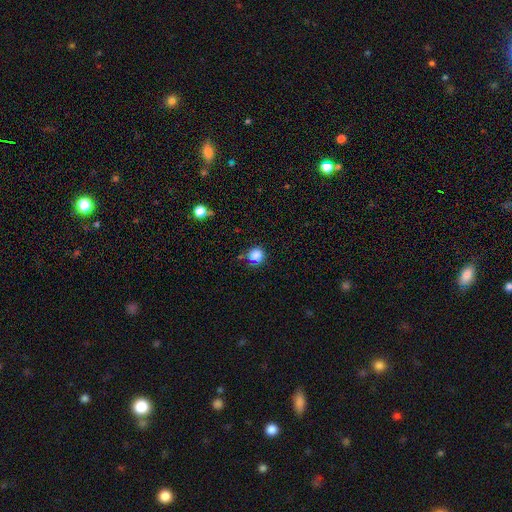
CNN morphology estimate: Smooth or featured? Predicted: smooth (p=0.83). How rounded? Predicted: round (p=0.91). Merging? Predicted: none (p=0.79).